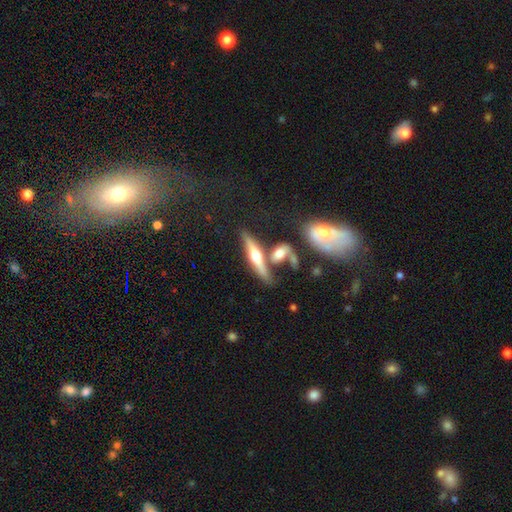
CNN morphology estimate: Overall: featured or disk (61%; smooth 32%). Edge-on disk: yes (91%). Edge-on bulge: rounded (92%). Merging: none (58%; merger 26%).